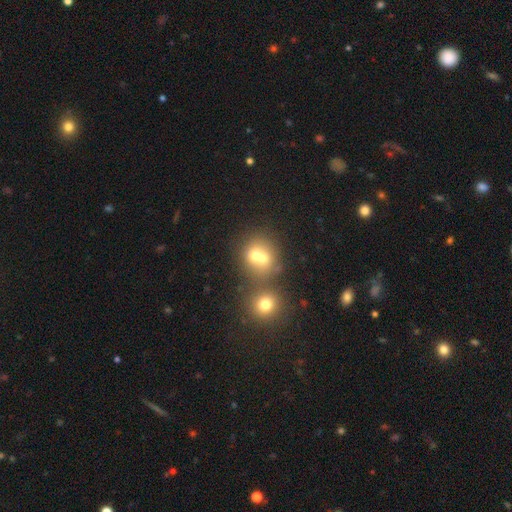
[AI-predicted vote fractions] Smooth or featured: smooth — 64% (featured or disk — 19%)
How rounded: round — 77% (in between — 22%)
Merging: merger — 57% (none — 33%)